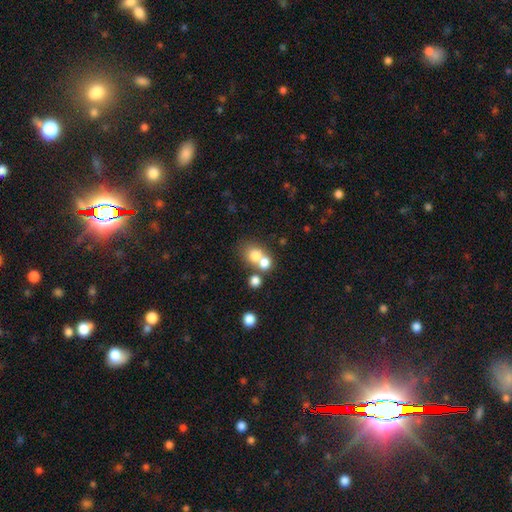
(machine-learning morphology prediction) Q: Smooth or featured?
A: smooth (72%); runner-up: featured or disk (15%)
Q: How rounded?
A: round (74%); runner-up: in between (25%)
Q: Merging?
A: merger (52%); runner-up: none (37%)